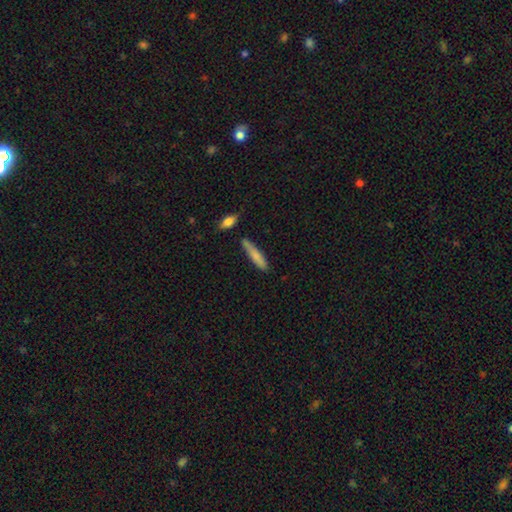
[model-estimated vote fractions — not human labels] Smooth or featured? Predicted: smooth (p=0.76). How rounded? Predicted: cigar-shaped (p=0.85). Merging? Predicted: none (p=0.73).